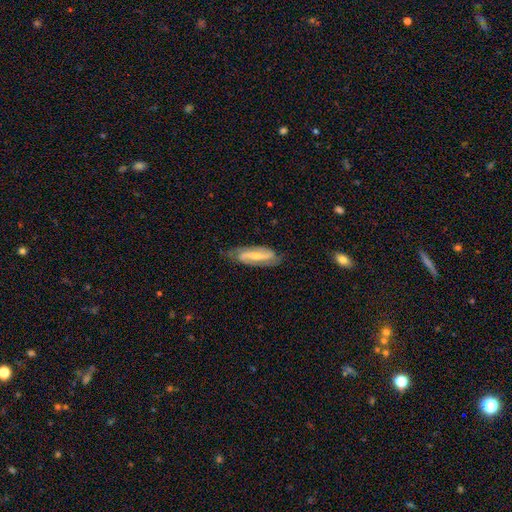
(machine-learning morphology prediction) smooth_or_featured: featured or disk (p=0.79) [alt: smooth p=0.16]
disk_edge_on: no (p=0.88) [alt: yes p=0.12]
bar: strong (p=0.49) [alt: weak p=0.32]
has_spiral_arms: yes (p=0.93) [alt: no p=0.07]
spiral_winding: medium (p=0.42) [alt: loose p=0.33]
spiral_arm_count: 2 (p=0.89) [alt: can't tell p=0.05]
bulge_size: small (p=0.59) [alt: moderate p=0.30]
merging: none (p=0.77) [alt: minor disturbance p=0.17]